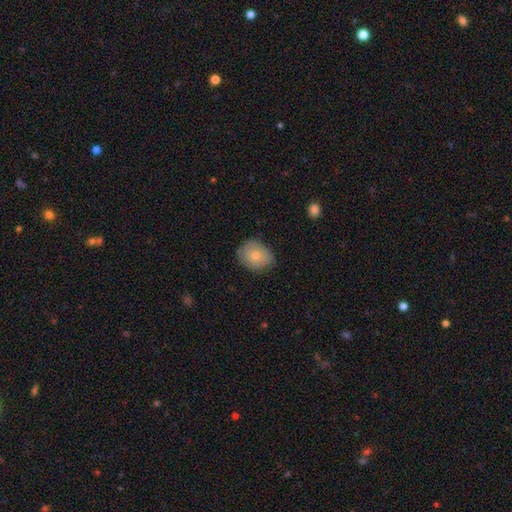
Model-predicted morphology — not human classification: Smooth or featured? Predicted: smooth (p=0.75). How rounded? Predicted: round (p=0.54). Merging? Predicted: none (p=0.69).